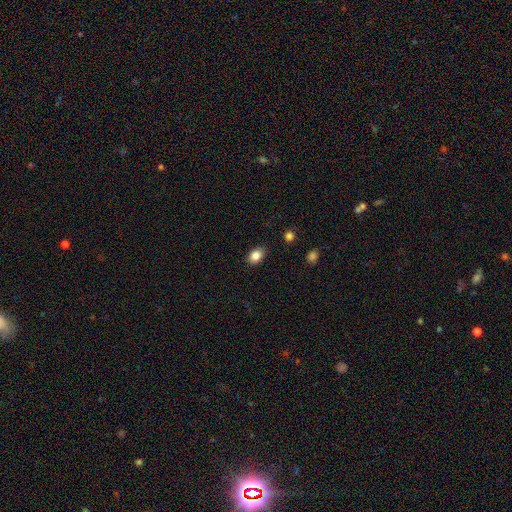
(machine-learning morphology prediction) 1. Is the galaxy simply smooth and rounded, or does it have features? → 85% smooth, 9% star or artifact, 6% featured or disk.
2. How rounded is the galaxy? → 75% in between, 24% round, 1% cigar-shaped.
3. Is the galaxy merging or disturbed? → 85% none, 11% minor disturbance, 2% major disturbance, 1% merger.